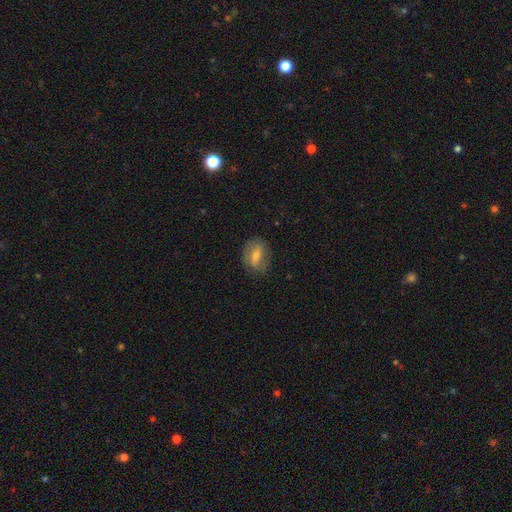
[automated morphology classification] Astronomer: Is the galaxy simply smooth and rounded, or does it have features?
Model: smooth — 51% (runner-up: featured or disk, 41%).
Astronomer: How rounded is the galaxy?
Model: in between — 71%.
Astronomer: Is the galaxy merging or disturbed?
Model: none — 72%.